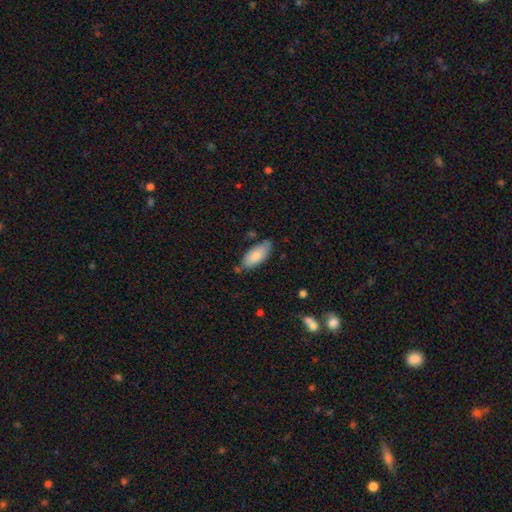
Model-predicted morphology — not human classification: smooth 82%, featured or disk 12%, star or artifact 6%. Down the decision tree: how rounded — in between (85%); merging — none (70%).